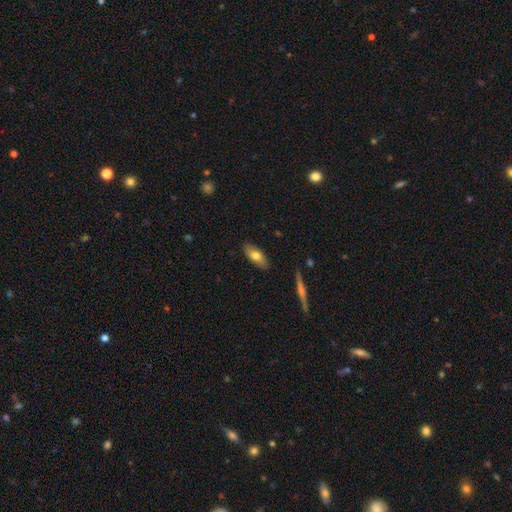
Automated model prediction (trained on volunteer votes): A smooth galaxy with no disk features (71%) that is in between round and cigar-shaped (81%). Merging: none (86%).